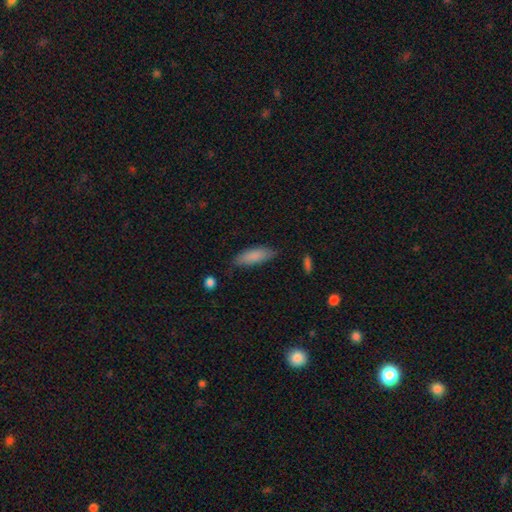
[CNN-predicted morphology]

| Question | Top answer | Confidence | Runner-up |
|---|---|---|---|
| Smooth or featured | smooth | 85% | featured or disk (9%) |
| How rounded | in between | 59% | cigar-shaped (39%) |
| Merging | none | 76% | minor disturbance (18%) |